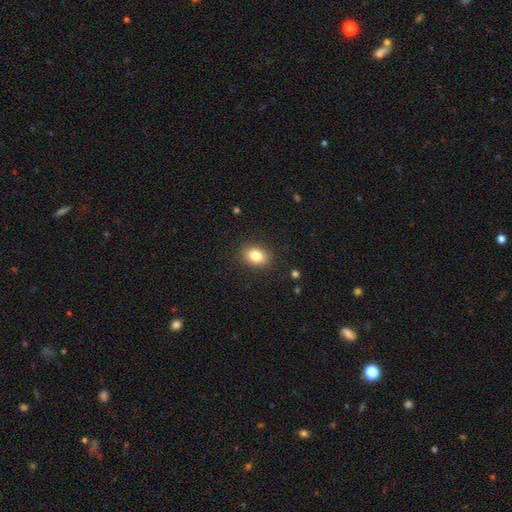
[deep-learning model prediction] Overall: smooth (83%). How rounded: in between (73%). Merging: none (88%).